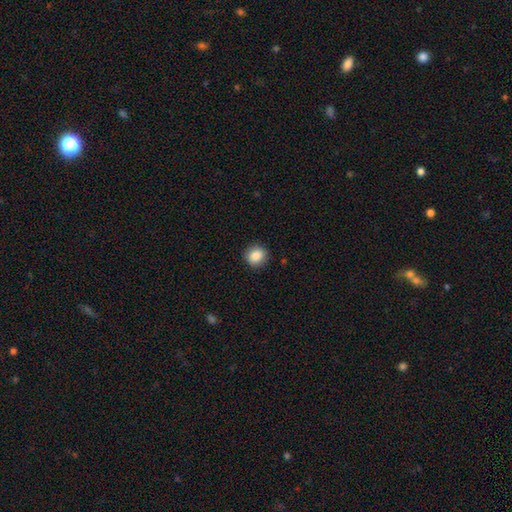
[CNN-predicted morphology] Smooth or featured? smooth (87%)
How rounded? round (86%)
Merging? none (89%)